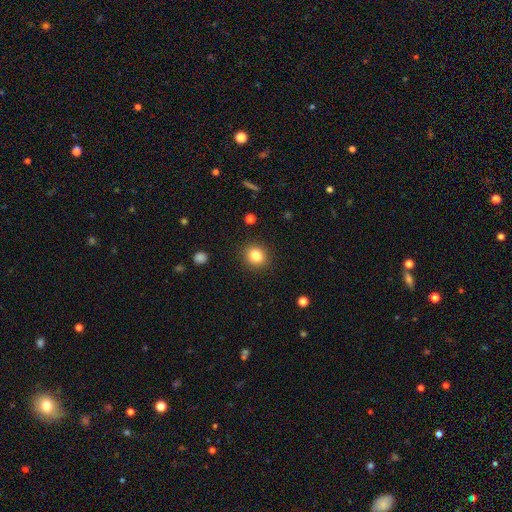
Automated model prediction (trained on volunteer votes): Smooth or featured: smooth — 83% (star or artifact — 10%)
How rounded: round — 75% (in between — 24%)
Merging: none — 89% (minor disturbance — 7%)